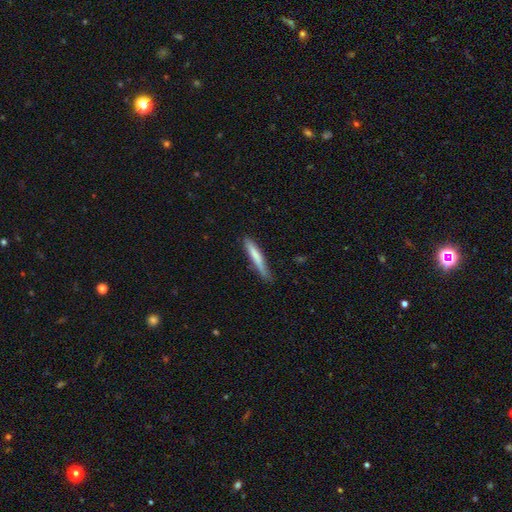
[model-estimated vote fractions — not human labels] This is likely a smooth galaxy (73%). How rounded: clearly cigar-shaped (94%). Merging: likely none (72%).